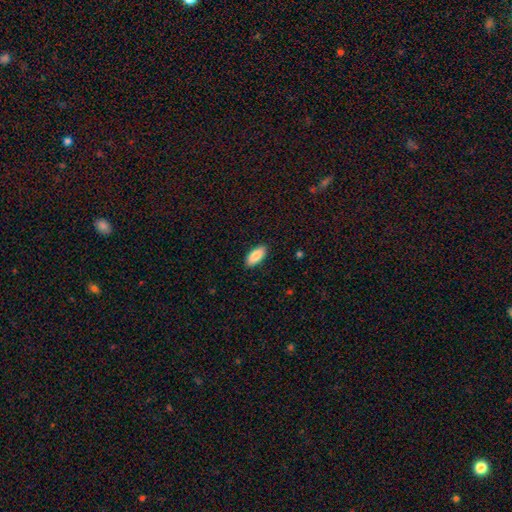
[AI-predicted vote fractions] Smooth or featured?
  - smooth: 89% *
  - star or artifact: 6%
  - featured or disk: 6%
How rounded?
  - in between: 86% *
  - cigar-shaped: 12%
  - round: 2%
Merging?
  - none: 89% *
  - minor disturbance: 8%
  - major disturbance: 2%
  - merger: 1%